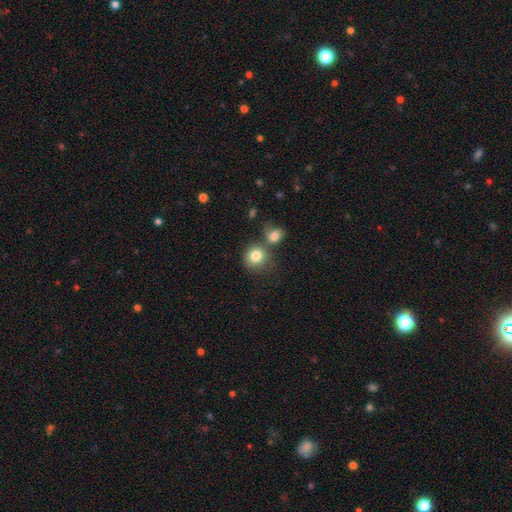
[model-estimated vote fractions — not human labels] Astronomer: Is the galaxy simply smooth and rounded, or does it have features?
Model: smooth — 82%.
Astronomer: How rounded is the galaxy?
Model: round — 84%.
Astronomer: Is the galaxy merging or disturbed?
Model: none — 59%.